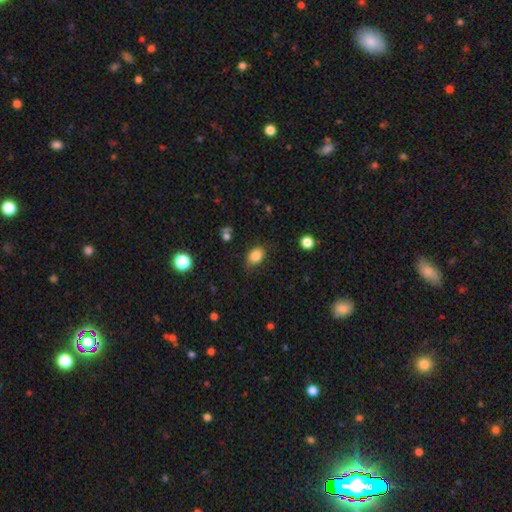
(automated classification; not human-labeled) Overall: smooth (84%). How rounded: in between (72%). Merging: none (78%).